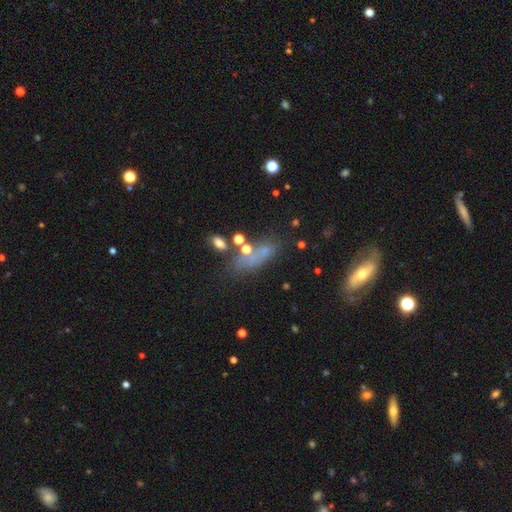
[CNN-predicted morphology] Smooth or featured?
  - smooth: 49% *
  - featured or disk: 26%
  - star or artifact: 25%
Merging?
  - none: 53% *
  - merger: 18%
  - minor disturbance: 18%
  - major disturbance: 12%